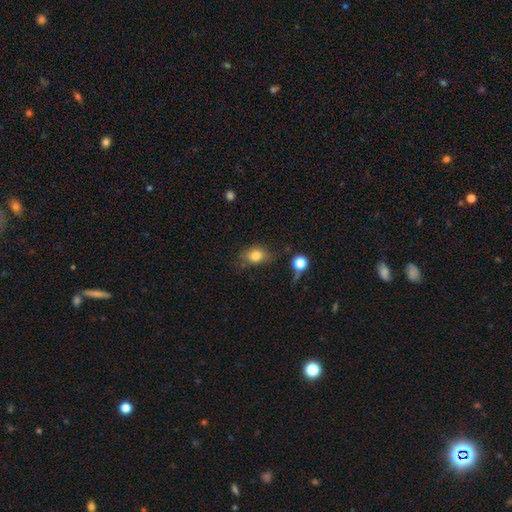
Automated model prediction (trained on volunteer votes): Q: Smooth or featured?
A: smooth (80%); runner-up: star or artifact (10%)
Q: How rounded?
A: in between (64%); runner-up: round (34%)
Q: Merging?
A: none (65%); runner-up: minor disturbance (22%)